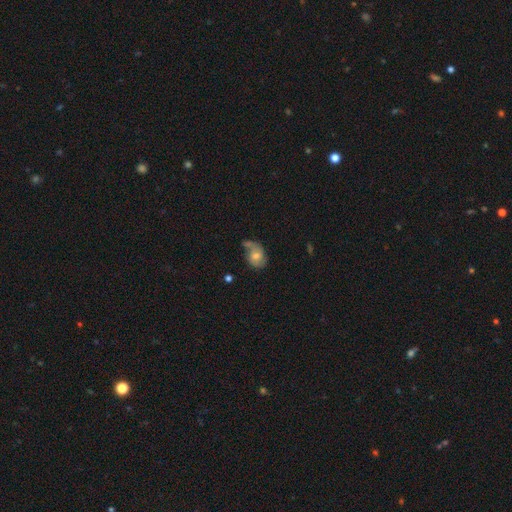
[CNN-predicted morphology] smooth-or-featured: featured or disk: 53% | smooth: 37% | star or artifact: 10%
  disk-edge-on: no: 96% | yes: 4%
    bar: no: 67% | weak: 28% | strong: 5%
    has-spiral-arms: yes: 79% | no: 21%
    bulge-size: moderate: 58% | small: 33% | large: 5% | none: 3% | dominant: 1%
  merging: none: 43% | minor disturbance: 27% | major disturbance: 18% | merger: 12%